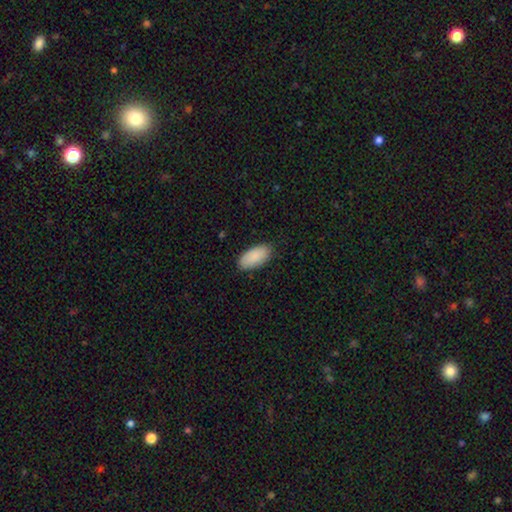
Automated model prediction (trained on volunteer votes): Smooth or featured? Predicted: smooth (p=0.90). How rounded? Predicted: in between (p=0.93). Merging? Predicted: none (p=0.85).